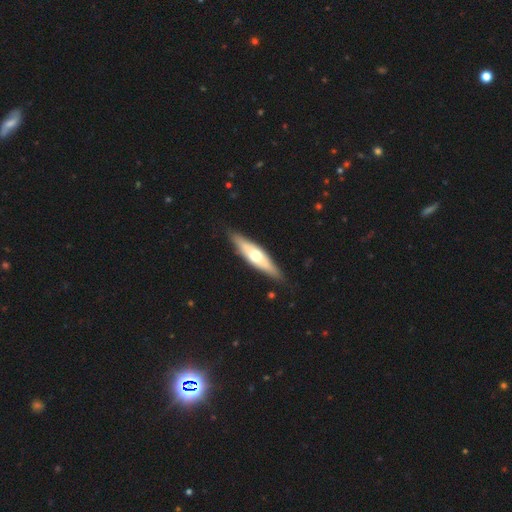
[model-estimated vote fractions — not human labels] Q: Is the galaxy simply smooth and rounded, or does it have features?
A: featured or disk — 55%.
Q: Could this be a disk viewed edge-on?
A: yes — 83%.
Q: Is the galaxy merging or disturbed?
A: none — 86%.